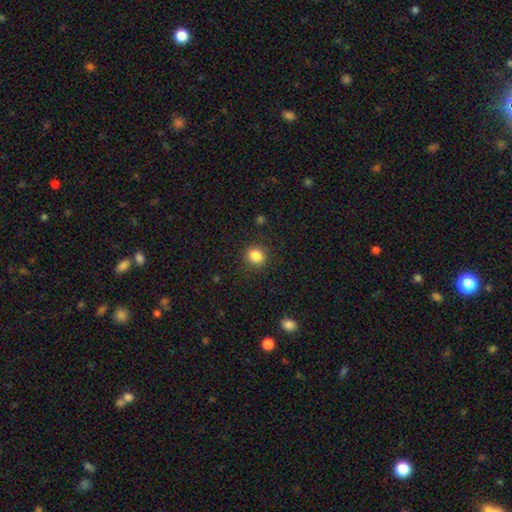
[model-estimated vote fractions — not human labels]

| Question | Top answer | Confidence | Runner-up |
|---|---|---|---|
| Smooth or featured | smooth | 86% | star or artifact (10%) |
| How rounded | round | 70% | in between (29%) |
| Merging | none | 88% | minor disturbance (8%) |